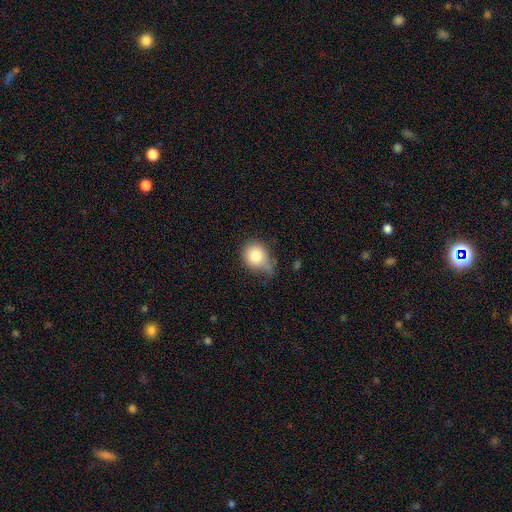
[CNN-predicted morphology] Smooth or featured? Predicted: smooth (p=0.81). How rounded? Predicted: round (p=0.69). Merging? Predicted: minor disturbance (p=0.38, tied with none).